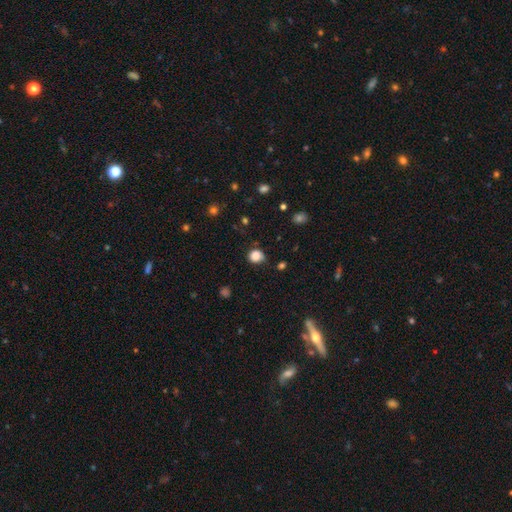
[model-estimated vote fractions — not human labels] Smooth or featured?
  - smooth: 85% *
  - star or artifact: 12%
  - featured or disk: 4%
How rounded?
  - round: 75% *
  - in between: 24%
  - cigar-shaped: 1%
Merging?
  - none: 75% *
  - minor disturbance: 18%
  - major disturbance: 5%
  - merger: 2%